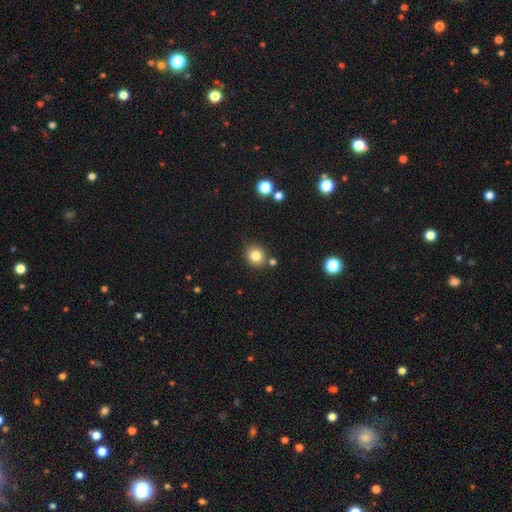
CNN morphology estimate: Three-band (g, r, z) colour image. It shows a smooth galaxy with no disk features (82%) that is round (80%). Merging: none (81%).